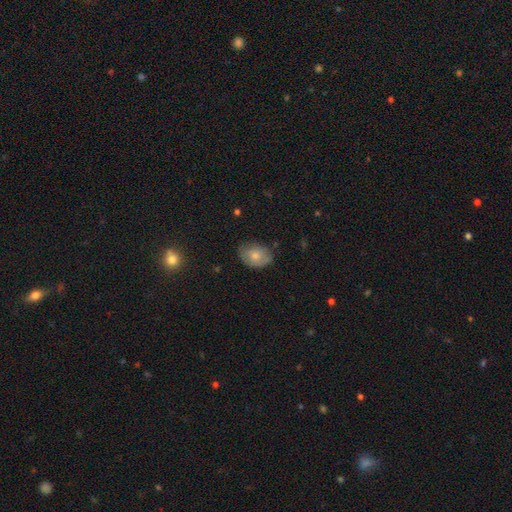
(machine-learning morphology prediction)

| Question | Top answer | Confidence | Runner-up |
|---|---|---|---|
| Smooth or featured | smooth | 71% | featured or disk (21%) |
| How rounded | in between | 73% | round (26%) |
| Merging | none | 67% | minor disturbance (26%) |